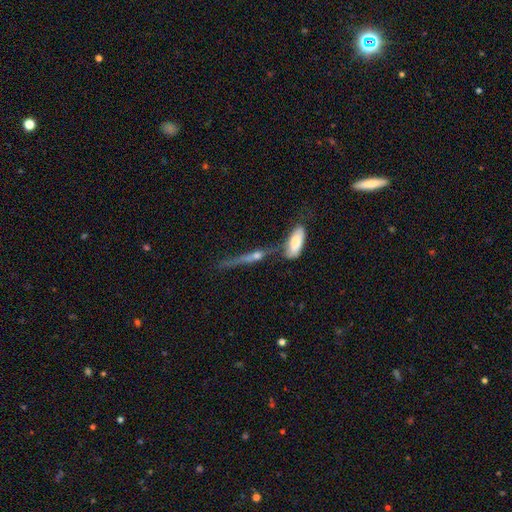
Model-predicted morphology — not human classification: Overall: featured or disk (54%; smooth 35%). Edge-on disk: yes (83%). Merging: none (42%; merger 31%).